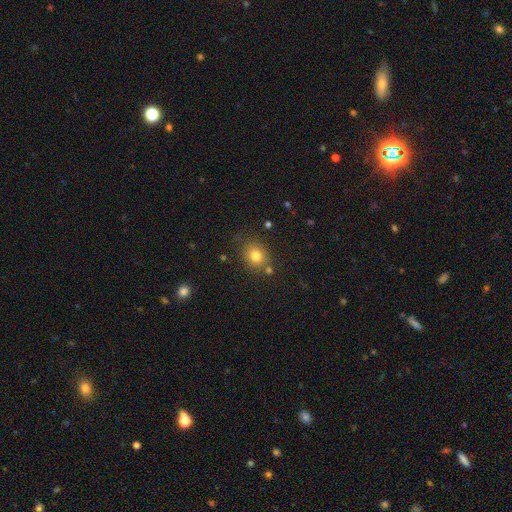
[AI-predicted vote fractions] A smooth galaxy with no disk features (79%) that is round (65%). Merging: none (77%).